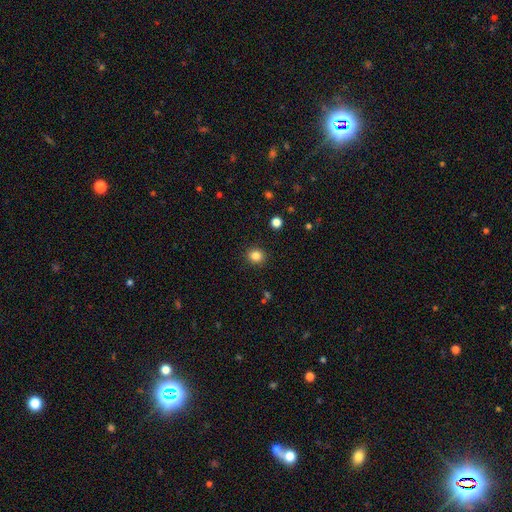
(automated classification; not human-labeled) A smooth galaxy with no disk features (84%) that is round (85%). Merging: none (91%).